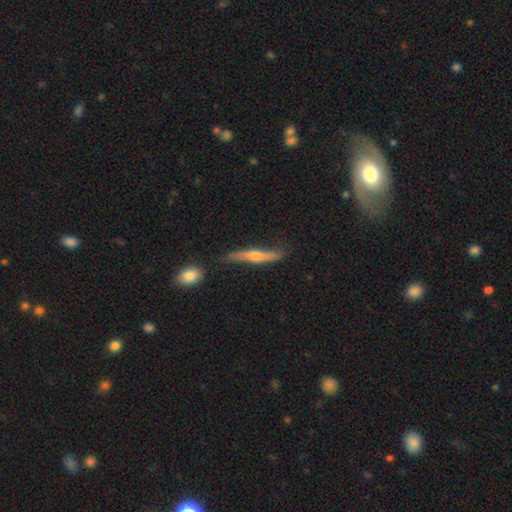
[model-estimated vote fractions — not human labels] A featured or disk galaxy (68%) viewed edge-on (89%) with a rounded central bulge (88%). Merging: none (75%).